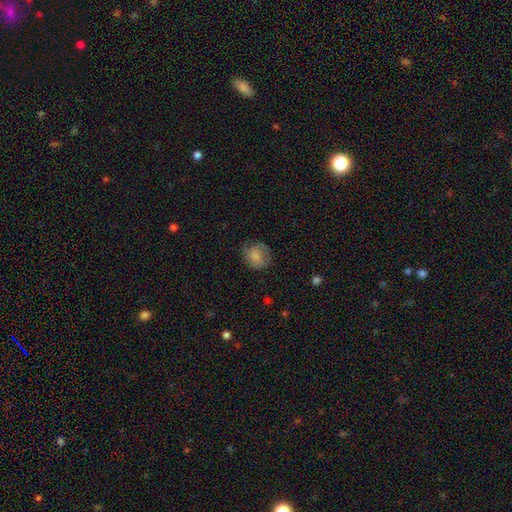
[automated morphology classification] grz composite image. It shows a smooth galaxy with no disk features (70%) that is round (77%). Merging: none (65%).